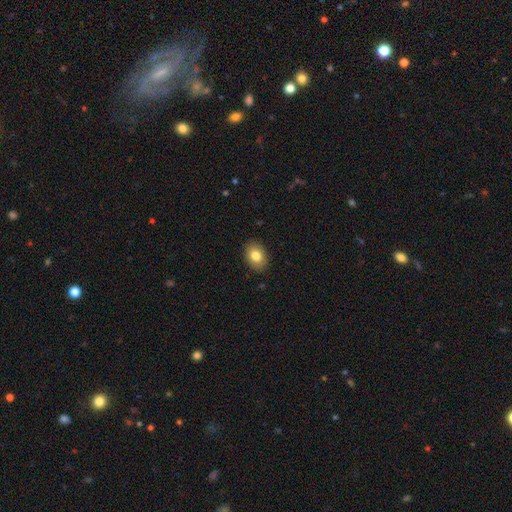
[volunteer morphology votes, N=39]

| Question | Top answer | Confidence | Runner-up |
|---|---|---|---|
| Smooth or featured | smooth | 95% | featured or disk (3%) |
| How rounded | in between | 78% | round (22%) |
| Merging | none | 84% | minor disturbance (16%) |